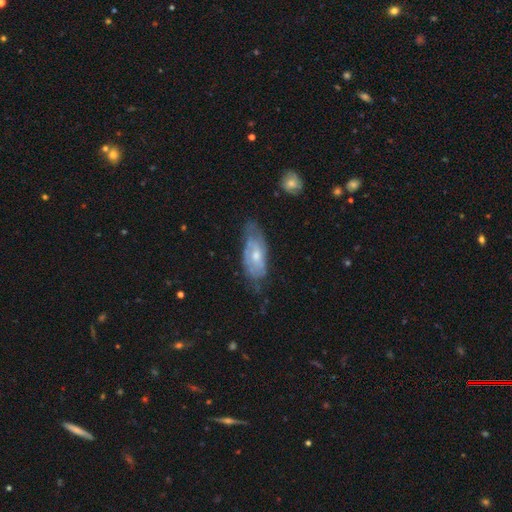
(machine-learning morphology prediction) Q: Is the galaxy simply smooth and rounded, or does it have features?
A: featured or disk — 66%.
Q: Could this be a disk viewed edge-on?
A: no — 86%.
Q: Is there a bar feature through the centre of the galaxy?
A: no — 66%.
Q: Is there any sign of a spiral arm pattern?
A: yes — 75%.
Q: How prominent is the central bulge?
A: moderate — 53%.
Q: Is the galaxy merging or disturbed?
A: none — 59%.